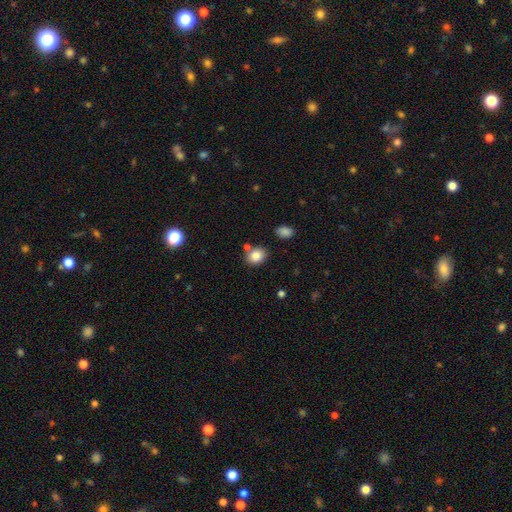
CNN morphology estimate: Q: Smooth or featured?
A: smooth (83%); runner-up: star or artifact (10%)
Q: How rounded?
A: in between (51%); runner-up: round (48%)
Q: Merging?
A: none (74%); runner-up: minor disturbance (12%)